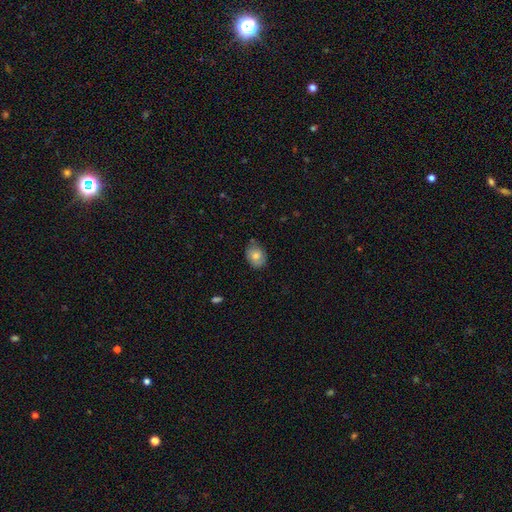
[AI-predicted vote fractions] smooth-or-featured: smooth: 77% | featured or disk: 14% | star or artifact: 9%
  how-rounded: in between: 57% | round: 42% | cigar-shaped: 1%
  merging: none: 76% | minor disturbance: 19% | major disturbance: 3% | merger: 2%